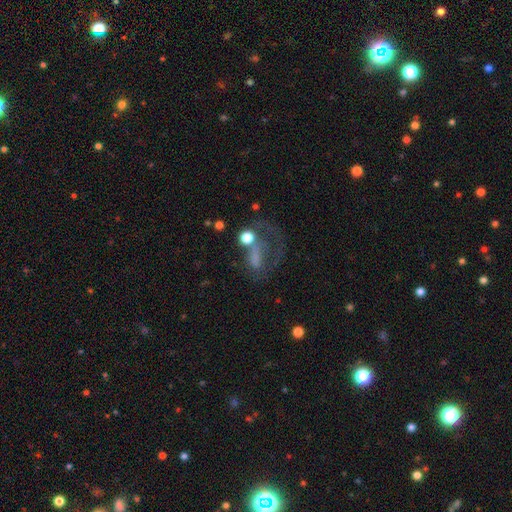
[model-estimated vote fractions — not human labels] featured or disk 44%, smooth 37%, star or artifact 19%. Down the decision tree: merging — major disturbance (46%).